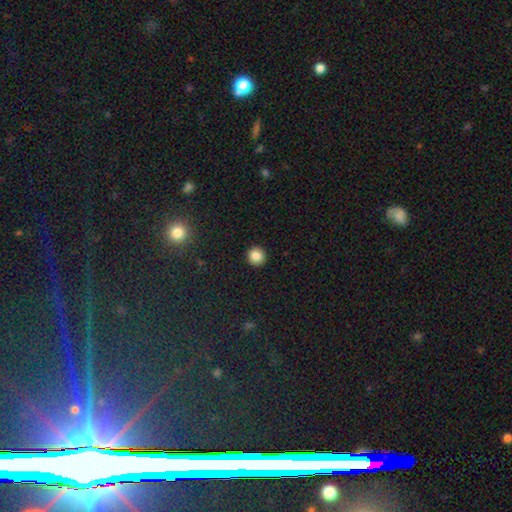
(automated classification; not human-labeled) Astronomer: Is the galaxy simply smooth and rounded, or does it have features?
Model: smooth — 85%.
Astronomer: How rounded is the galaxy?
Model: round — 94%.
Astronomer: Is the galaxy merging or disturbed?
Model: none — 93%.